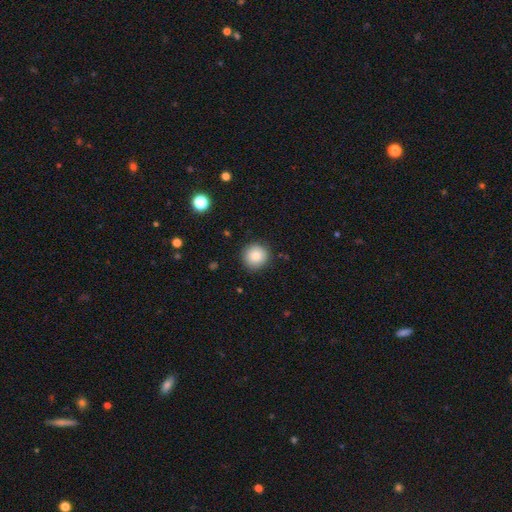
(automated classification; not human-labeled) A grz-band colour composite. It shows a smooth galaxy with no disk features (82%) that is round (93%). Merging: none (89%).